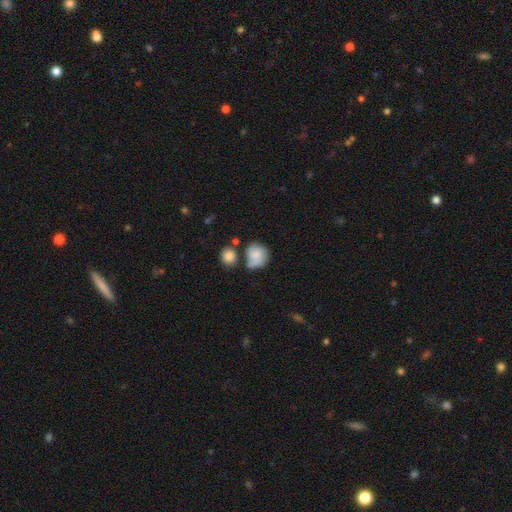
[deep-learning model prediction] Q: Smooth or featured?
A: smooth (79%); runner-up: featured or disk (14%)
Q: How rounded?
A: round (75%); runner-up: in between (24%)
Q: Merging?
A: none (39%); runner-up: minor disturbance (26%)